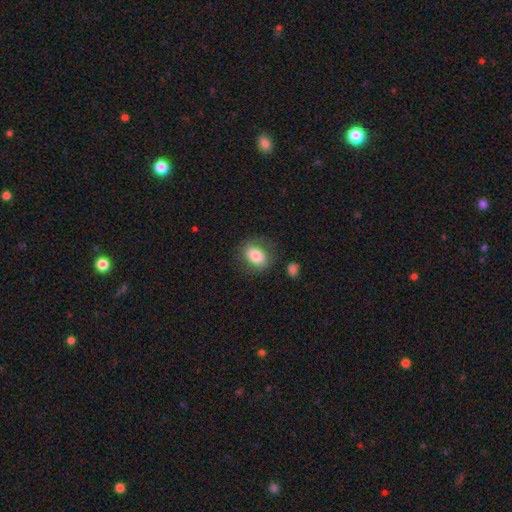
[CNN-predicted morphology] This appears to be a smooth galaxy with no disk features (79%) that is in between round and cigar-shaped (71%). Merging: none (75%).